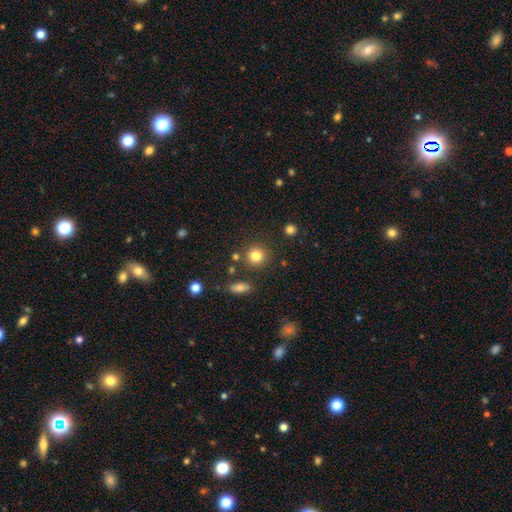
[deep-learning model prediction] smooth 82%, star or artifact 12%, featured or disk 7%. Down the decision tree: how rounded — round (91%); merging — none (85%).